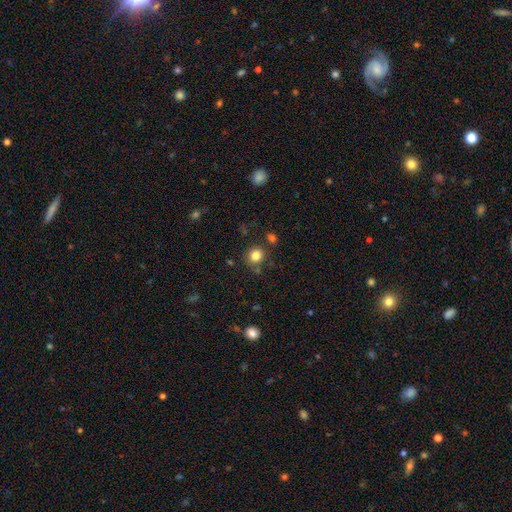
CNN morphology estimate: Smooth or featured? smooth (82%)
How rounded? round (86%)
Merging? none (81%)